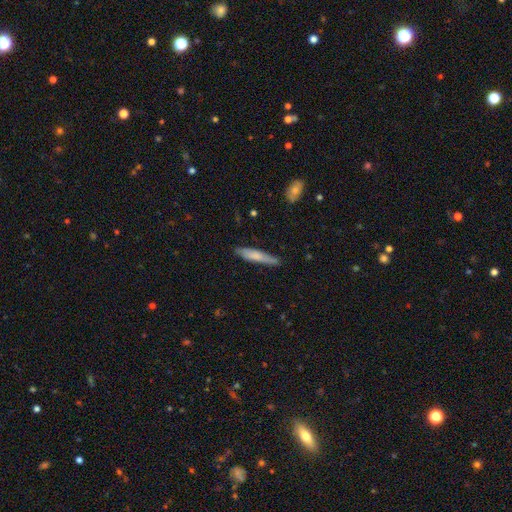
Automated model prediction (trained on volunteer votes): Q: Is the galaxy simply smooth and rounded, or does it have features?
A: smooth — 66%.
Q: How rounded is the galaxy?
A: cigar-shaped — 89%.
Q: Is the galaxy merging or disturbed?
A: none — 81%.